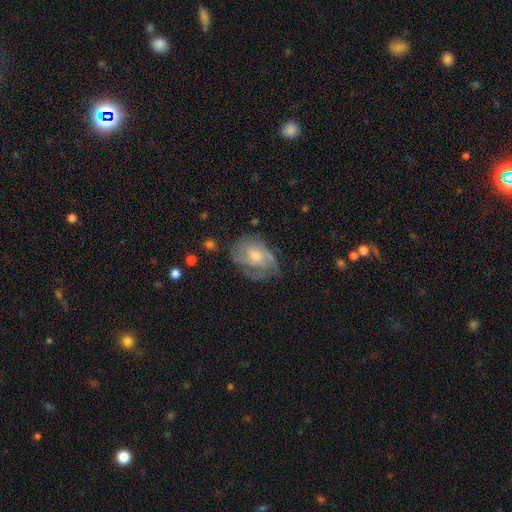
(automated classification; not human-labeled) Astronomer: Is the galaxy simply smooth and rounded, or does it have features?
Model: featured or disk — 67%.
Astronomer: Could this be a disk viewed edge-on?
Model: no — 96%.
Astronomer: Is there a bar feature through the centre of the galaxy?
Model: no — 71%.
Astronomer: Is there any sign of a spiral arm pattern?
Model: yes — 82%.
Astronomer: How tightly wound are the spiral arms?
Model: tight — 51% (runner-up: medium, 36%).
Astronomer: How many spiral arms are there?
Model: can't tell — 43% (runner-up: 2, 22%).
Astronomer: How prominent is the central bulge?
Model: moderate — 59%.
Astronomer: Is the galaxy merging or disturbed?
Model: none — 62%.